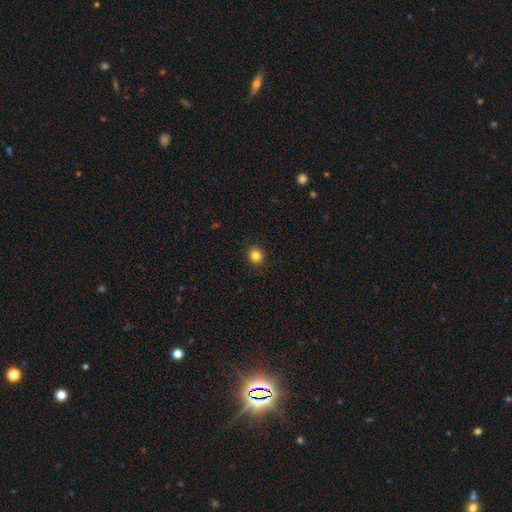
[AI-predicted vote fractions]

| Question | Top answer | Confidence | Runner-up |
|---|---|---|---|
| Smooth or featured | smooth | 84% | star or artifact (12%) |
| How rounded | round | 86% | in between (13%) |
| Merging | none | 92% | minor disturbance (6%) |